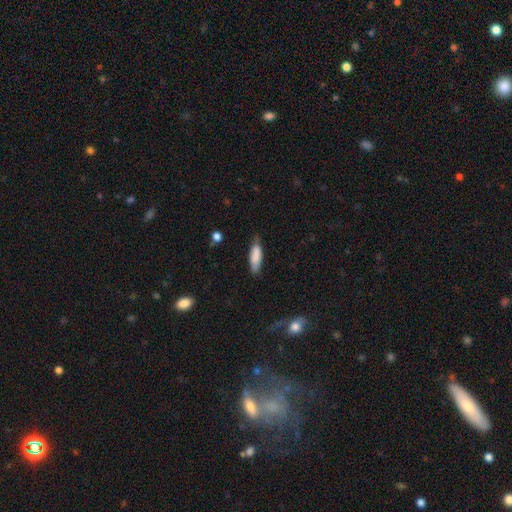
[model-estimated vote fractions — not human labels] Smooth or featured? smooth (83%)
How rounded? in between (51%)
Merging? none (69%)